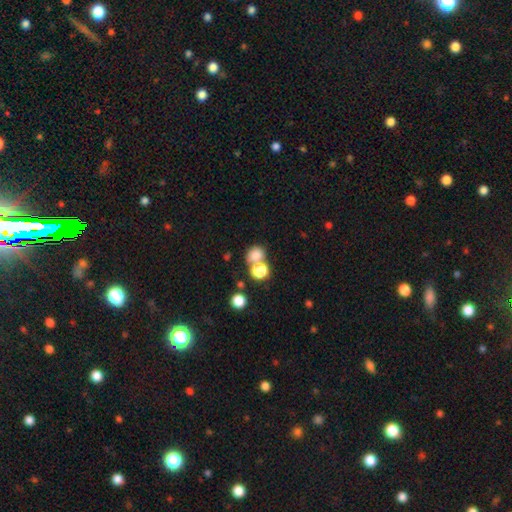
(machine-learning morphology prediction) This is likely a smooth galaxy (78%). How rounded: likely round (66%). Merging: marginally none (45%).